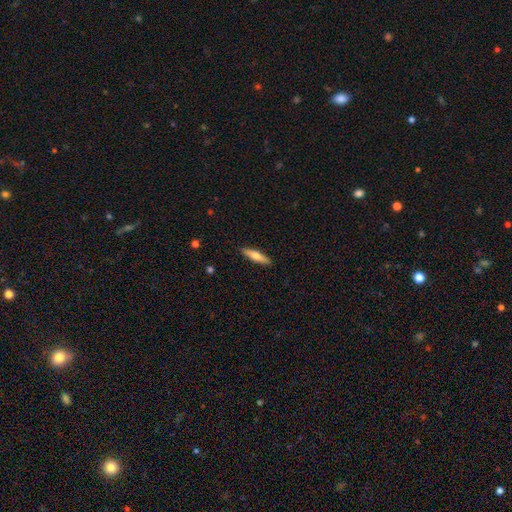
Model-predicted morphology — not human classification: type=smooth (62%); roundness=cigar-shaped (80%); merging=none (90%).